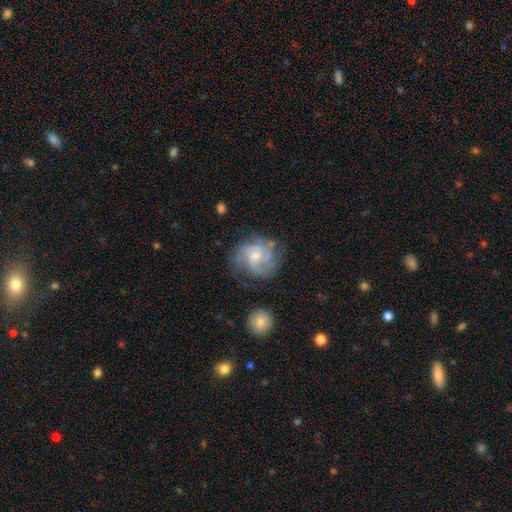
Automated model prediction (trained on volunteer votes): featured or disk 82%, smooth 12%, star or artifact 6%. Down the decision tree: edge-on disk — no (98%); bar — no (64%); spiral arms — yes (95%); spiral arm count — 3 (39%); spiral winding — medium (44%, tied with tight); bulge size — moderate (48%); merging — none (65%).